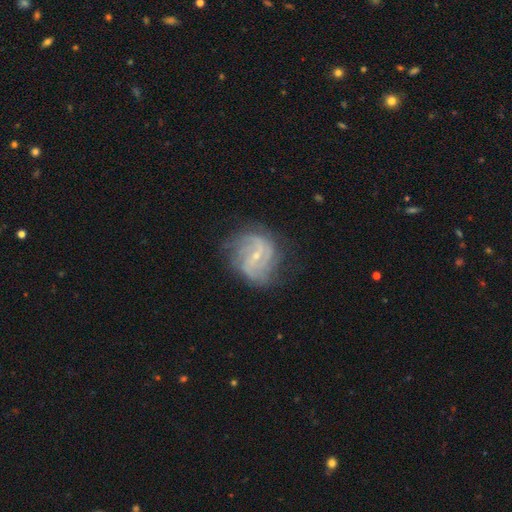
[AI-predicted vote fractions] Smooth or featured? Predicted: featured or disk (p=0.75). Edge-on disk? Predicted: no (p=0.97). Bar? Predicted: weak (p=0.49). Spiral arms? Predicted: yes (p=0.90). Spiral winding? Predicted: loose (p=0.40). Spiral arm count? Predicted: 2 (p=0.63). Bulge size? Predicted: small (p=0.75). Merging? Predicted: none (p=0.75).